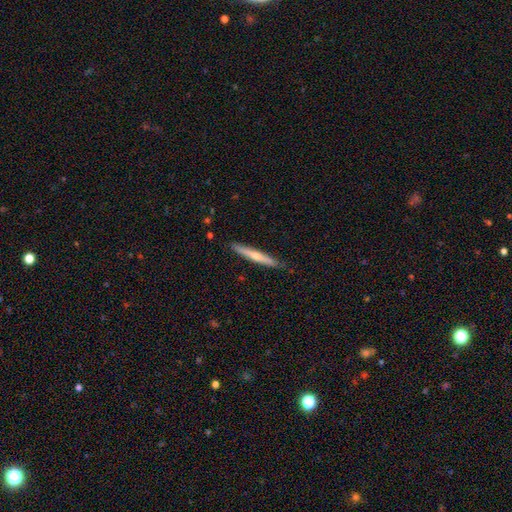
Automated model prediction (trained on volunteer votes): Smooth or featured?
  - featured or disk: 60% *
  - smooth: 33%
  - star or artifact: 7%
Edge-on disk?
  - yes: 96% *
  - no: 4%
Edge-on bulge?
  - rounded: 71% *
  - none: 24%
  - boxy: 5%
Merging?
  - none: 88% *
  - minor disturbance: 9%
  - major disturbance: 2%
  - merger: 1%